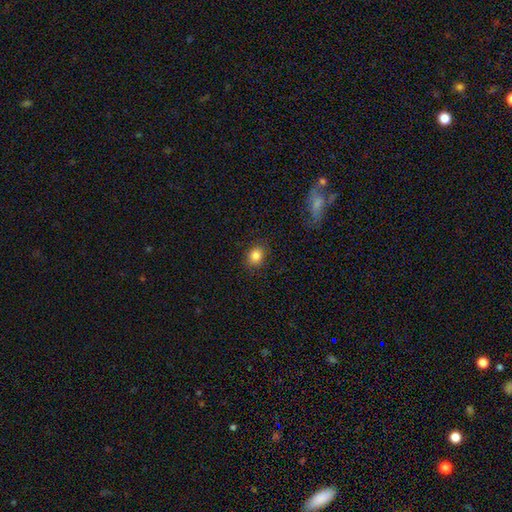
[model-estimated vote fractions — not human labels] This is clearly a smooth galaxy (84%). How rounded: possibly round (56%). Merging: clearly none (84%).